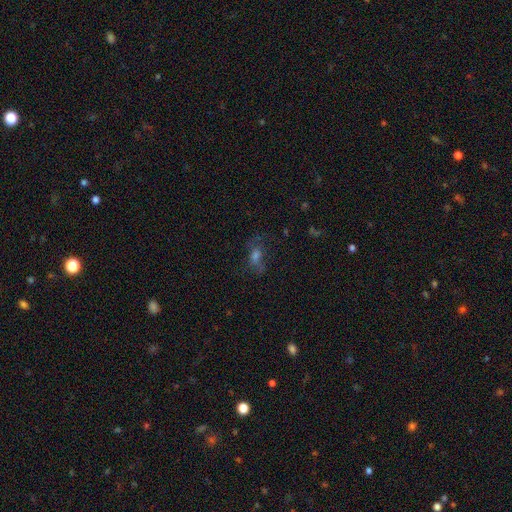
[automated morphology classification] smooth-or-featured: smooth: 40% | featured or disk: 30% | star or artifact: 30%
  merging: none: 50% | major disturbance: 26% | minor disturbance: 20% | merger: 4%